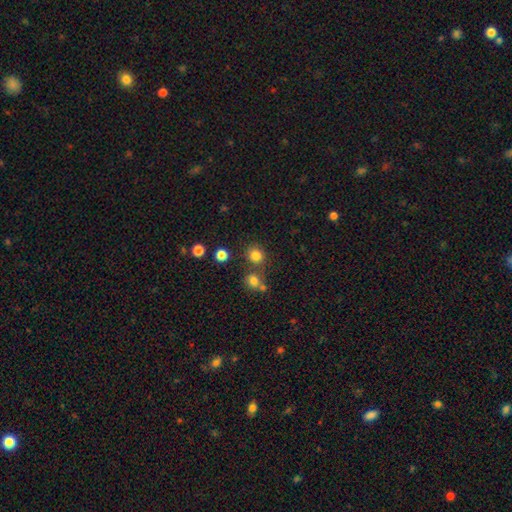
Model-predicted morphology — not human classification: Smooth or featured: smooth — 81% (star or artifact — 14%)
How rounded: round — 86% (in between — 13%)
Merging: none — 74% (merger — 13%)